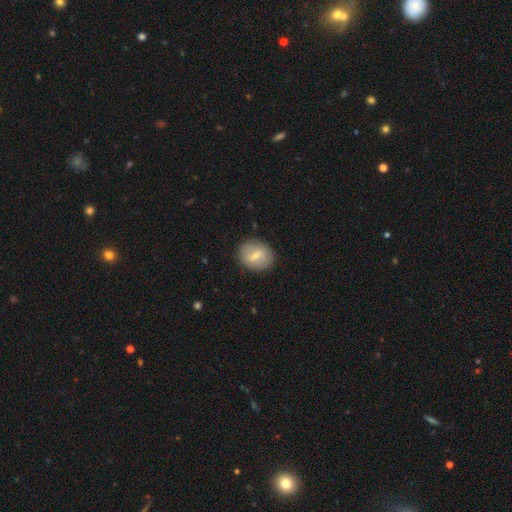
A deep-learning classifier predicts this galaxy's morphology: Smooth or featured?
  - smooth: 61% *
  - featured or disk: 32%
  - star or artifact: 7%
How rounded?
  - round: 56% *
  - in between: 43%
  - cigar-shaped: 1%
Merging?
  - none: 86% *
  - minor disturbance: 10%
  - major disturbance: 3%
  - merger: 1%